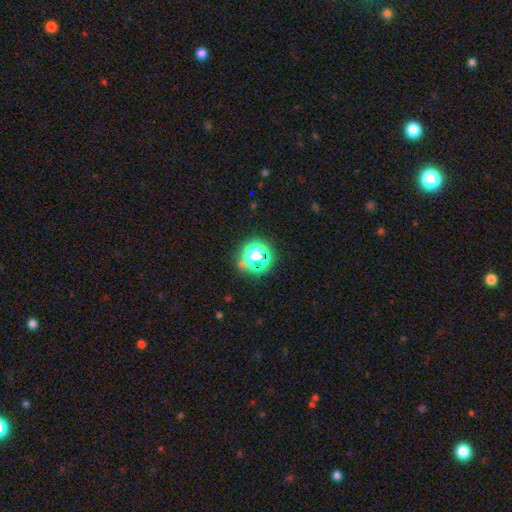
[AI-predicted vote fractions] The model was most divided on "smooth or featured": star or artifact: 45%, smooth: 44%, featured or disk: 11%.